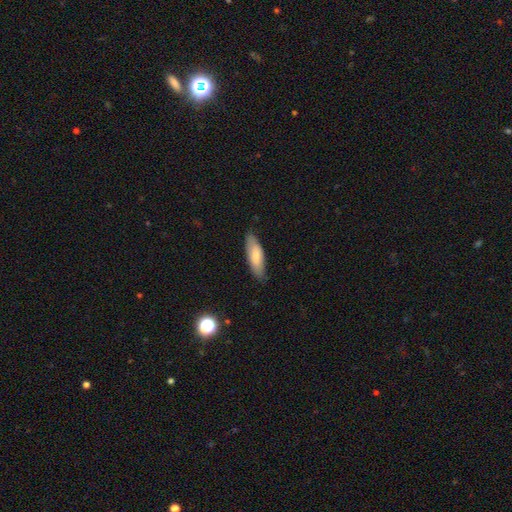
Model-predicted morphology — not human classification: smooth-or-featured: smooth: 75% | featured or disk: 19% | star or artifact: 6%
  how-rounded: in between: 56% | cigar-shaped: 42% | round: 2%
  merging: none: 82% | minor disturbance: 14% | major disturbance: 3% | merger: 1%